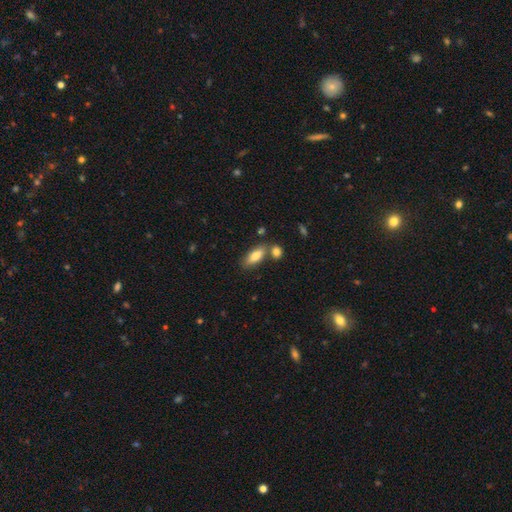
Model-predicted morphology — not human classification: A smooth galaxy with no disk features (79%) that is in between round and cigar-shaped (71%).

Vote fractions:
- Smooth or featured? smooth: 79% / featured or disk: 15% / star or artifact: 7%
- How rounded? in between: 71% / cigar-shaped: 27% / round: 3%
- Merging? none: 65% / merger: 18% / minor disturbance: 13% / major disturbance: 3%